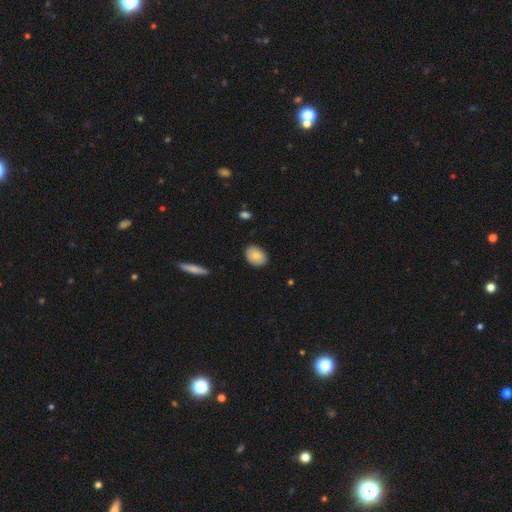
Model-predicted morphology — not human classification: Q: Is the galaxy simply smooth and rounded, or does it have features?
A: smooth — 75%.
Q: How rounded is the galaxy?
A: in between — 73%.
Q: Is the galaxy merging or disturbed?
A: none — 86%.